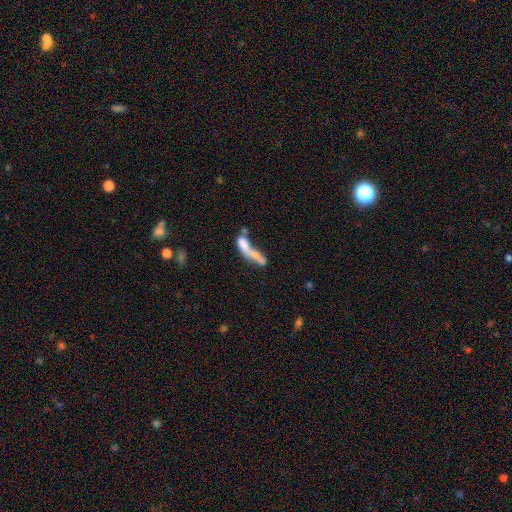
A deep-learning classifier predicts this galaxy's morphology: A smooth galaxy with no disk features (55%) that is cigar-shaped (67%).

Vote fractions:
- Smooth or featured? smooth: 55% / featured or disk: 35% / star or artifact: 10%
- How rounded? cigar-shaped: 67% / in between: 29% / round: 4%
- Merging? merger: 53% / none: 18% / major disturbance: 18% / minor disturbance: 12%